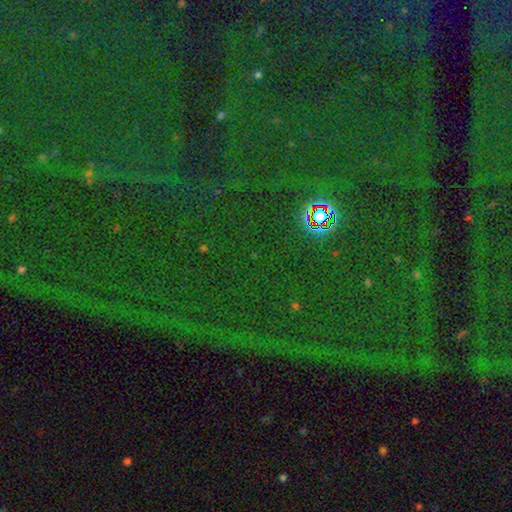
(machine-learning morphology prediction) smooth_or_featured: star or artifact (p=0.82) [alt: smooth p=0.11]